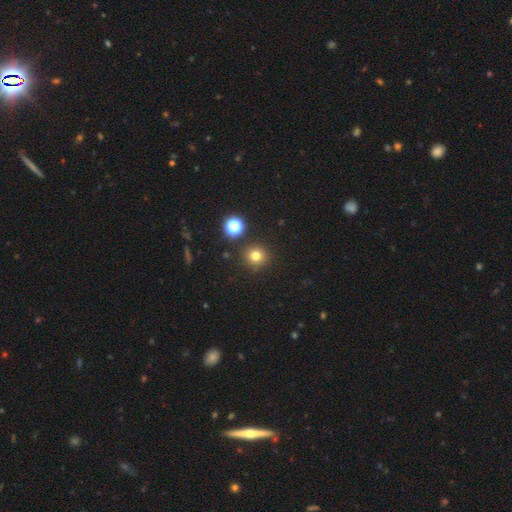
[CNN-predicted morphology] Q: Smooth or featured?
A: smooth (76%); runner-up: star or artifact (18%)
Q: How rounded?
A: round (93%); runner-up: in between (6%)
Q: Merging?
A: none (88%); runner-up: minor disturbance (6%)